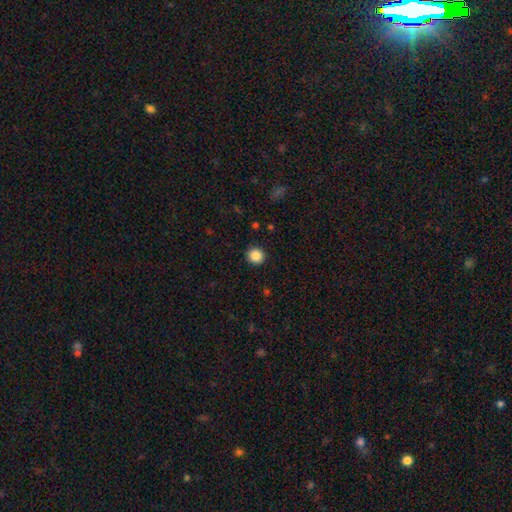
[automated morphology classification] Smooth or featured: smooth — 86% (star or artifact — 10%)
How rounded: round — 93% (in between — 6%)
Merging: none — 92% (minor disturbance — 5%)